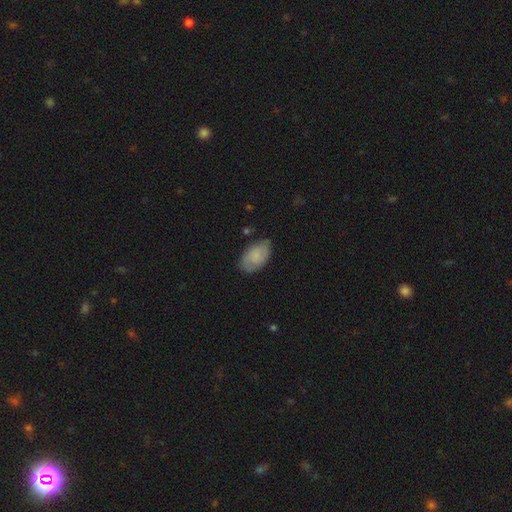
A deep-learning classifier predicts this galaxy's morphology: This appears to be a smooth galaxy with no disk features (74%) that is in between round and cigar-shaped (93%). Merging: none (69%).